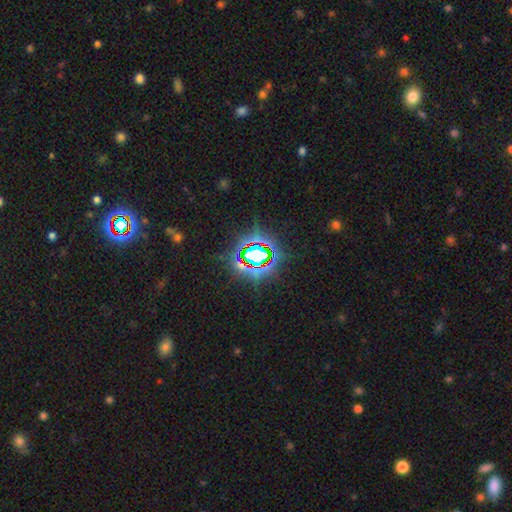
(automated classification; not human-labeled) A star or artifact, not a galaxy (77%).

Vote fractions:
- Smooth or featured? star or artifact: 77% / smooth: 13% / featured or disk: 10%